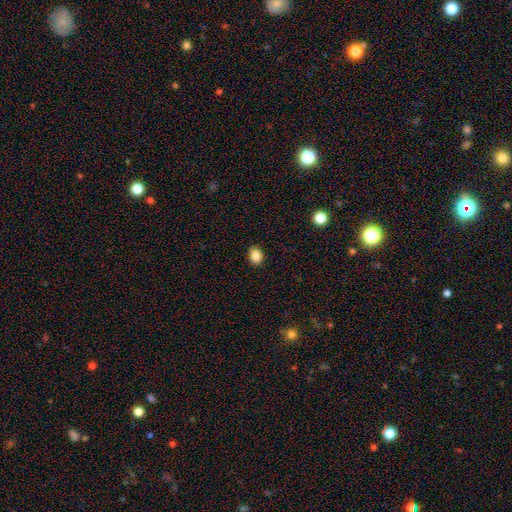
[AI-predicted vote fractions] This is clearly a smooth galaxy (86%). How rounded: likely in between (64%). Merging: clearly none (89%).